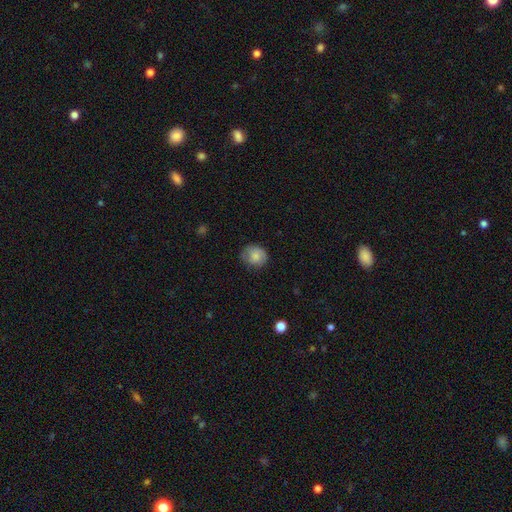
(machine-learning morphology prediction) smooth 81%, featured or disk 12%, star or artifact 8%. Down the decision tree: how rounded — round (72%); merging — none (74%).